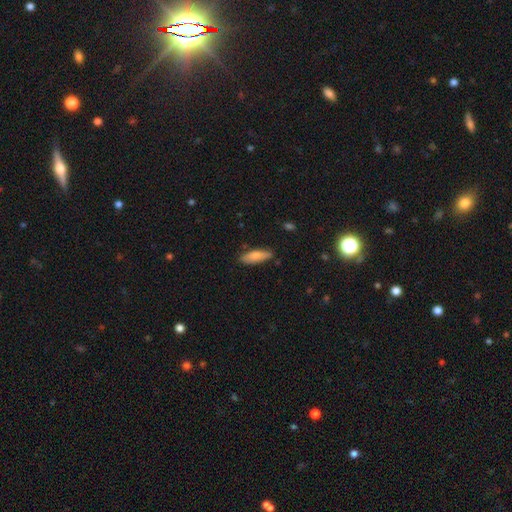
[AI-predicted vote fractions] smooth_or_featured: smooth (p=0.81) [alt: featured or disk p=0.12]
how_rounded: in between (p=0.56) [alt: cigar-shaped p=0.42]
merging: none (p=0.78) [alt: minor disturbance p=0.17]